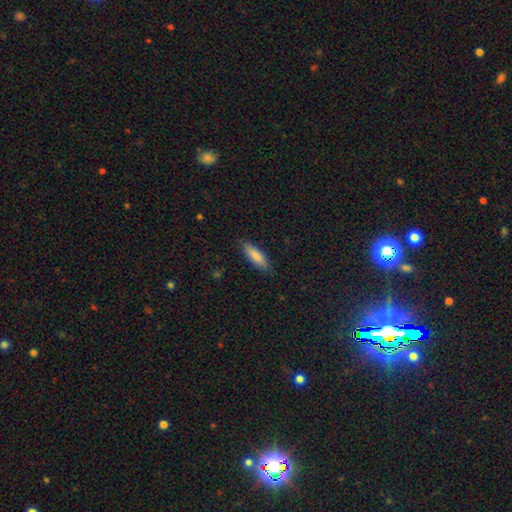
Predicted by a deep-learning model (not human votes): This is clearly a smooth galaxy (84%). How rounded: possibly cigar-shaped (53%). Merging: clearly none (85%).